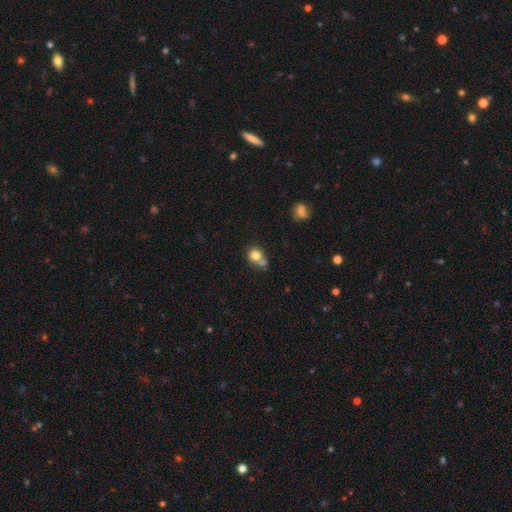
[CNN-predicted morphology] Overall: smooth (78%). How rounded: round (79%). Merging: none (45%; merger 40%).